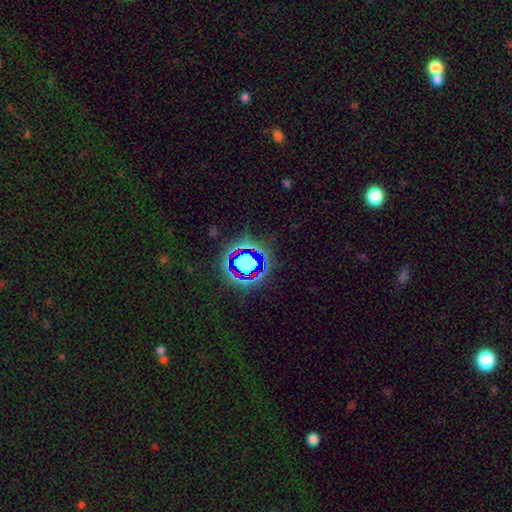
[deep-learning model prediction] Smooth or featured: star or artifact — 78% (smooth — 14%)